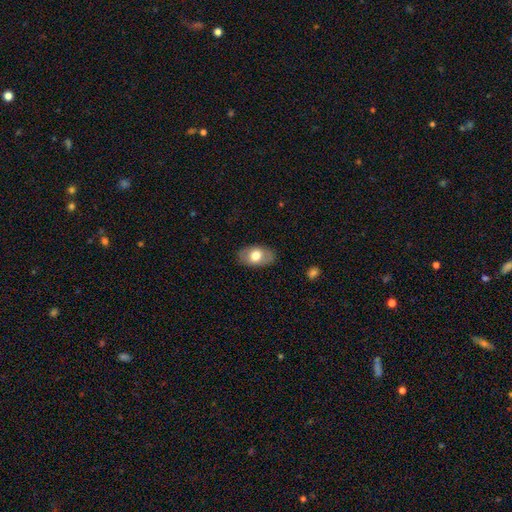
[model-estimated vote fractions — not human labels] This appears to be a smooth galaxy with no disk features (67%) that is in between round and cigar-shaped (89%). Merging: none (84%).